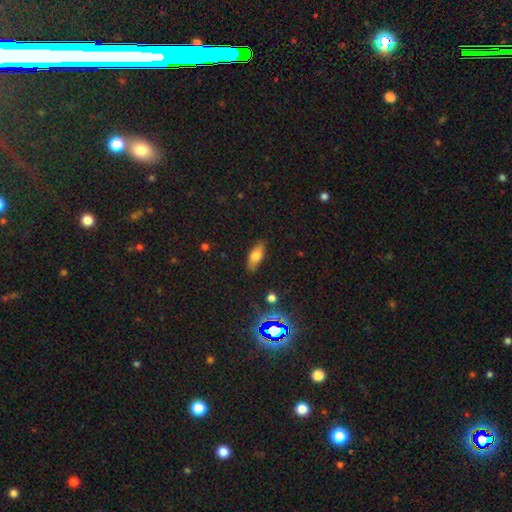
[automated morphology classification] Smooth or featured? smooth (71%)
How rounded? in between (79%)
Merging? none (83%)